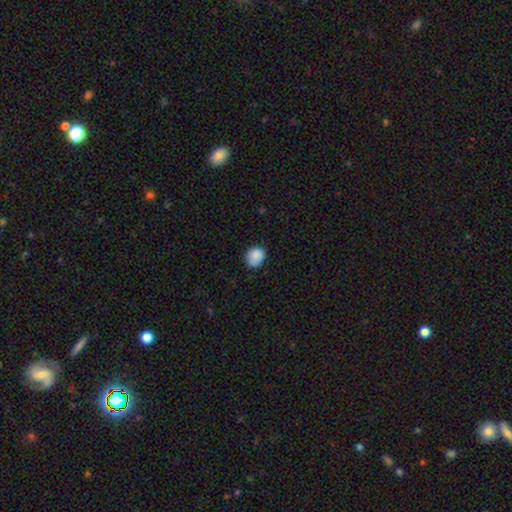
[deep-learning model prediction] smooth 87%, star or artifact 8%, featured or disk 5%. Down the decision tree: how rounded — round (65%); merging — none (76%).